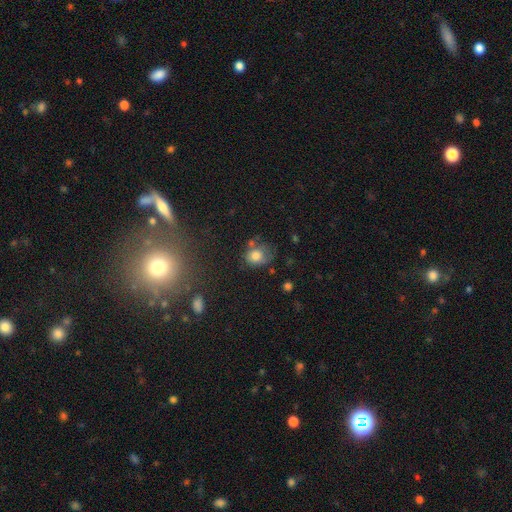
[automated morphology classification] Overall: smooth (76%). How rounded: round (60%; in between 39%). Merging: none (50%; minor disturbance 27%).